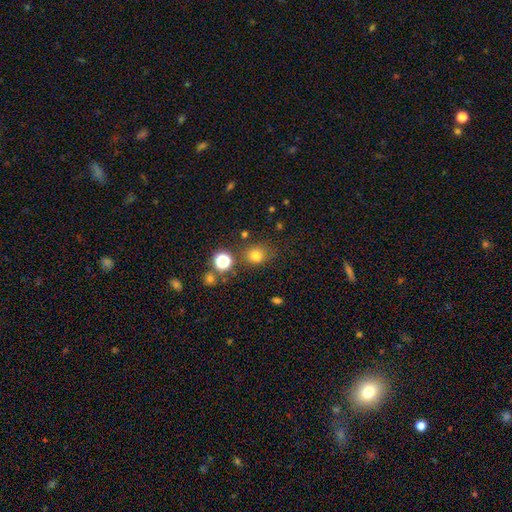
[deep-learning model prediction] Smooth or featured?
  - smooth: 76% *
  - star or artifact: 17%
  - featured or disk: 7%
How rounded?
  - round: 71% *
  - in between: 28%
  - cigar-shaped: 1%
Merging?
  - none: 72% *
  - minor disturbance: 15%
  - merger: 7%
  - major disturbance: 6%